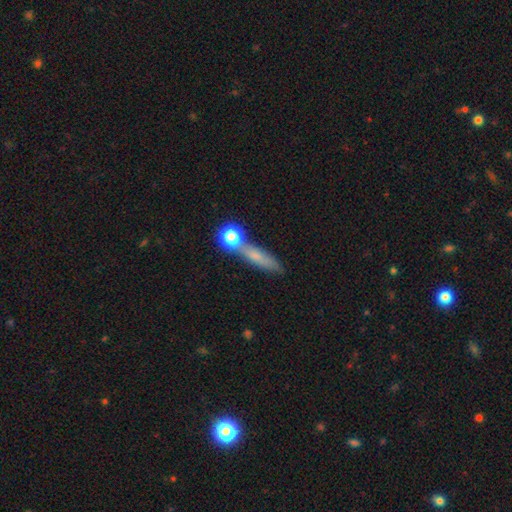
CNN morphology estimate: Smooth or featured? smooth (62%)
How rounded? cigar-shaped (66%)
Merging? none (59%)